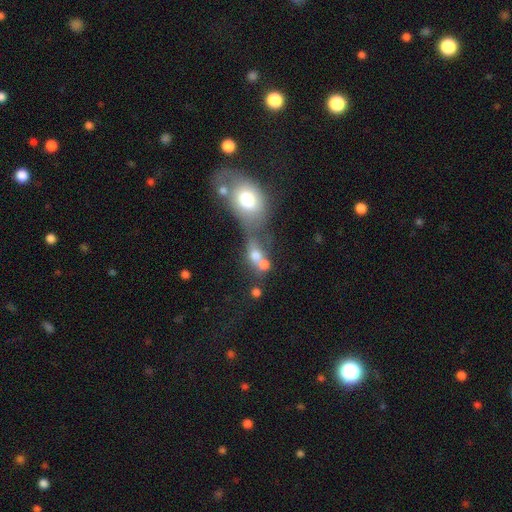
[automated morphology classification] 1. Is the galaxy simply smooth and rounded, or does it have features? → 66% smooth, 21% featured or disk, 14% star or artifact.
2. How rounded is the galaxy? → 50% round, 46% in between, 4% cigar-shaped.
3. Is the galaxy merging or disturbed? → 60% merger, 23% none, 9% major disturbance, 8% minor disturbance.